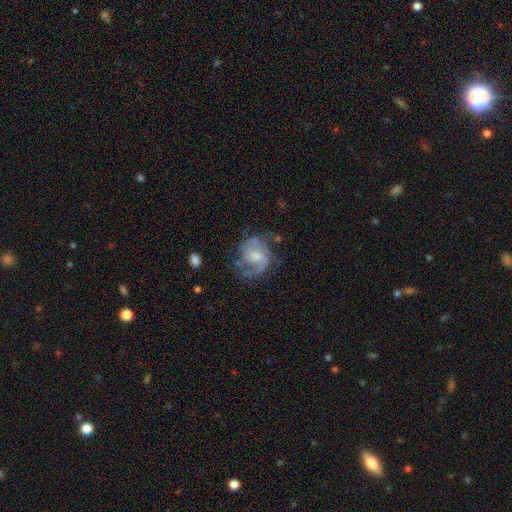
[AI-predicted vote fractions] This is likely a featured or disk galaxy (75%). It is clearly not viewed edge-on (98%). Bar: possibly no (52%). Spiral arm pattern: clearly yes (91%). Spiral arm count: likely 2 (66%). Spiral winding: possibly medium (49%). Central bulge: possibly moderate (46%). Merging: possibly none (56%).